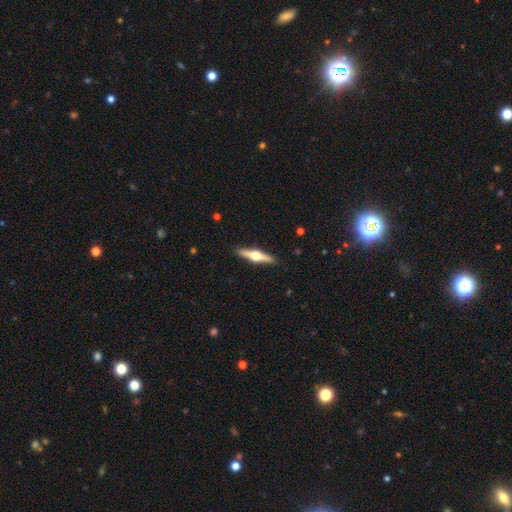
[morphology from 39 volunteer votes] This appears to be a featured or disk galaxy (74%) viewed edge-on (100%) with a rounded central bulge (97%). Merging: none (95%).